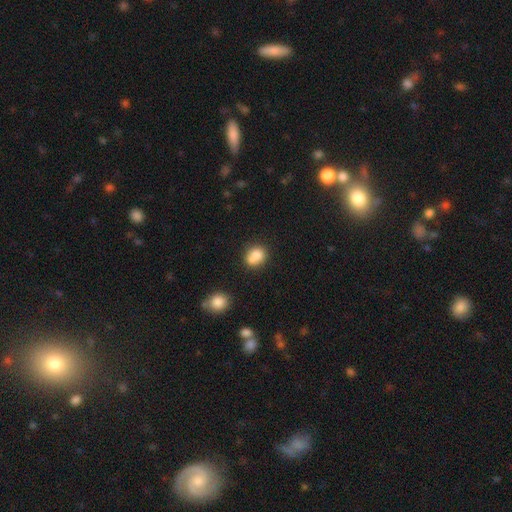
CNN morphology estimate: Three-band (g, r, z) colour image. It shows a smooth galaxy with no disk features (78%) that is round (69%). Merging: none (48%).